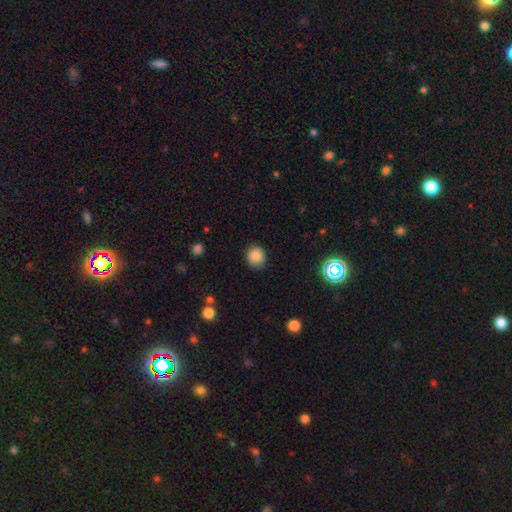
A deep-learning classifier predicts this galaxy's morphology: smooth-or-featured: smooth: 85% | star or artifact: 9% | featured or disk: 5%
  how-rounded: round: 81% | in between: 19% | cigar-shaped: 1%
  merging: none: 81% | minor disturbance: 15% | major disturbance: 3% | merger: 1%